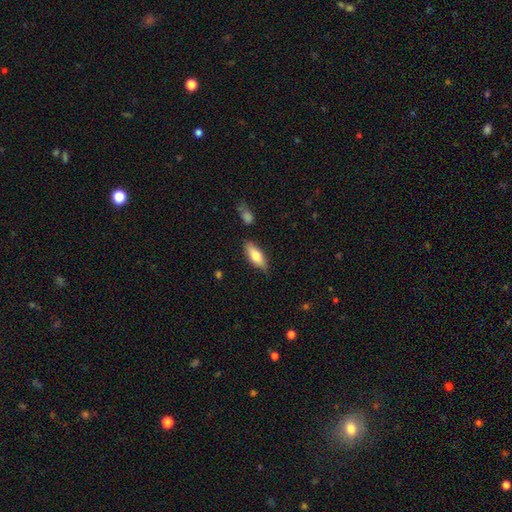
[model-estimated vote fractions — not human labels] smooth-or-featured: smooth: 73% | featured or disk: 21% | star or artifact: 6%
  how-rounded: in between: 74% | cigar-shaped: 24% | round: 2%
  merging: none: 79% | minor disturbance: 15% | major disturbance: 3% | merger: 2%